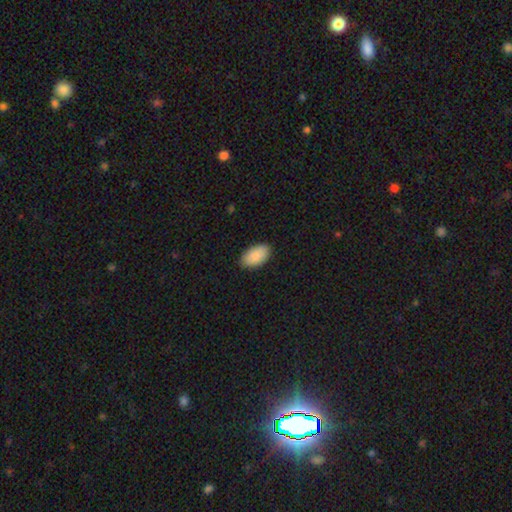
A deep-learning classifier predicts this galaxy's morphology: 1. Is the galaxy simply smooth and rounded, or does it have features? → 91% smooth, 6% star or artifact, 4% featured or disk.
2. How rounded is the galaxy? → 96% in between, 3% round, 2% cigar-shaped.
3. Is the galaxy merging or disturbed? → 88% none, 9% minor disturbance, 2% major disturbance, 1% merger.